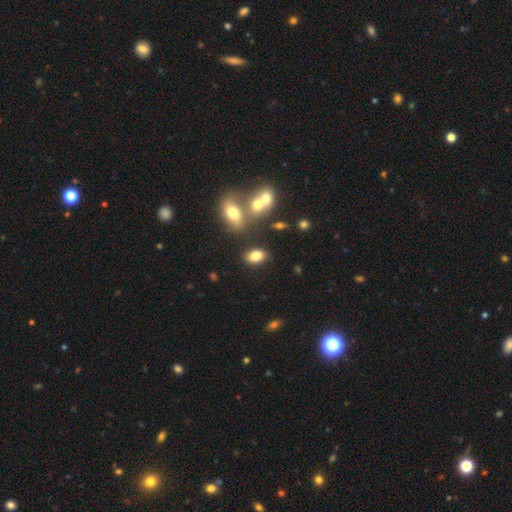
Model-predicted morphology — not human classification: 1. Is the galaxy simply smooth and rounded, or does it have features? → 82% smooth, 10% star or artifact, 8% featured or disk.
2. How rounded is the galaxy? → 86% in between, 13% round, 2% cigar-shaped.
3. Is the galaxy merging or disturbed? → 77% none, 11% minor disturbance, 8% merger, 4% major disturbance.